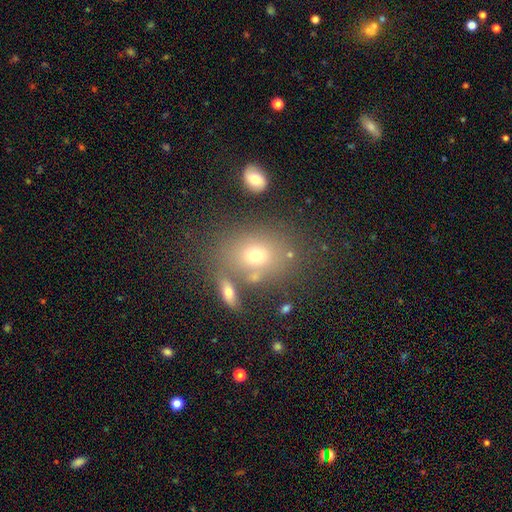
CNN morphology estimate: A smooth galaxy with no disk features (64%) that is in between round and cigar-shaped (54%). Merging: none (67%).